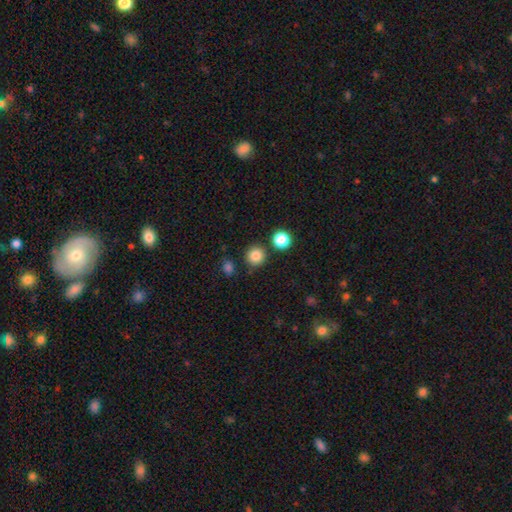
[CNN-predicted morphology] This appears to be a smooth galaxy with no disk features (84%) that is round (94%). Merging: none (86%).